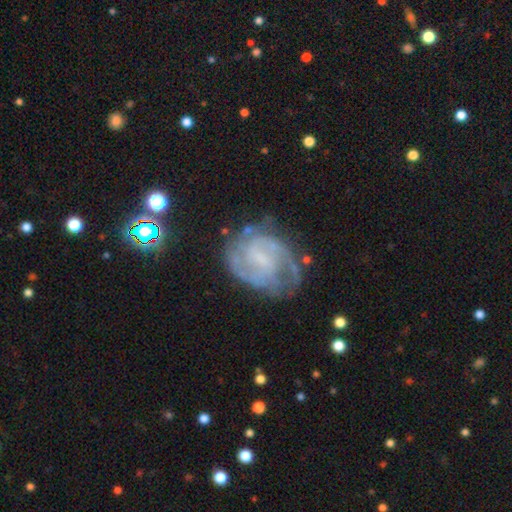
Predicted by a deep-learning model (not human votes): A featured or disk galaxy (80%) with a weak bar (47%), 2 (46%) tight (56%) spiral arms (94%) and a small central bulge (47%). Merging: none (70%).